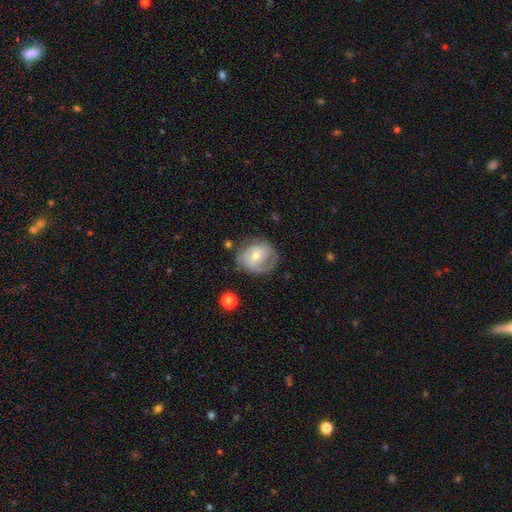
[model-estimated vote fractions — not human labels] Q: Smooth or featured?
A: featured or disk (66%); runner-up: smooth (27%)
Q: Edge-on disk?
A: no (97%); runner-up: yes (3%)
Q: Bar?
A: no (56%); runner-up: weak (36%)
Q: Spiral arms?
A: yes (86%); runner-up: no (14%)
Q: Spiral winding?
A: tight (41%); runner-up: medium (40%)
Q: Spiral arm count?
A: 2 (49%); runner-up: 1 (20%)
Q: Bulge size?
A: moderate (51%); runner-up: small (44%)
Q: Merging?
A: none (62%); runner-up: minor disturbance (22%)